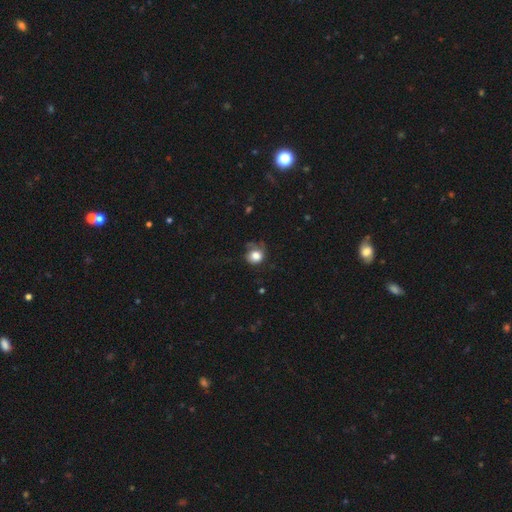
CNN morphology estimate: Overall: smooth (79%). How rounded: round (79%). Merging: none (50%; minor disturbance 28%).